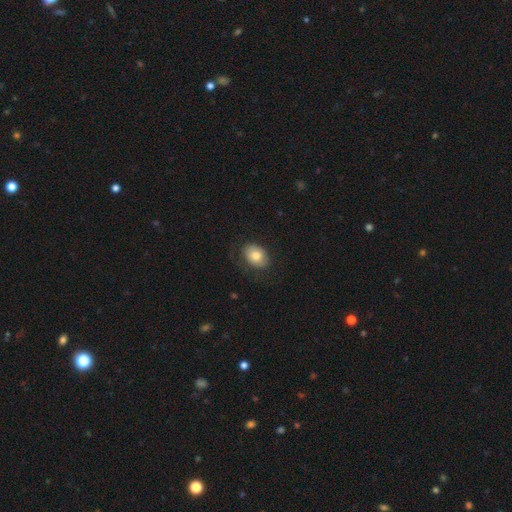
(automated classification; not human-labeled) Smooth or featured? smooth (78%)
How rounded? in between (72%)
Merging? none (76%)